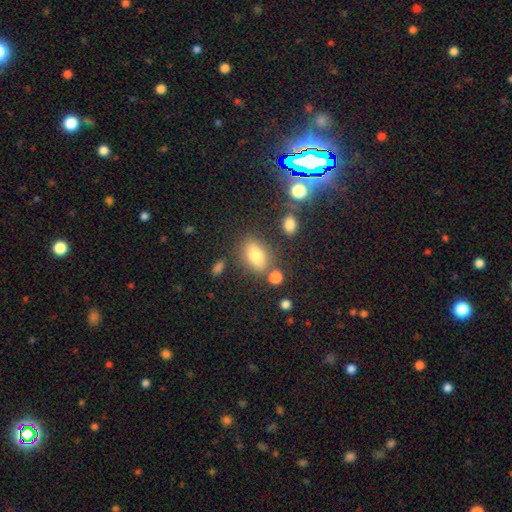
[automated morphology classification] A smooth galaxy with no disk features (74%) that is in between round and cigar-shaped (83%). Merging: none (74%).